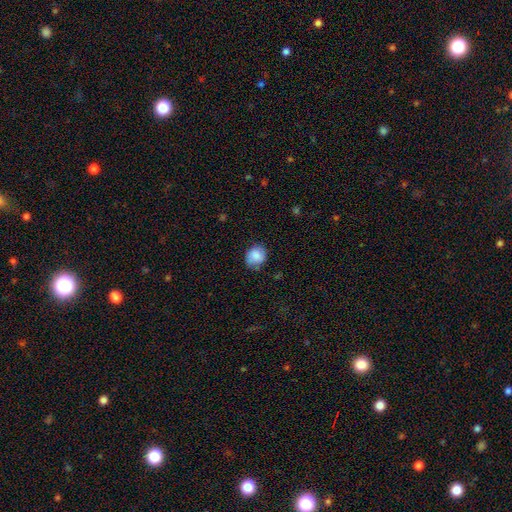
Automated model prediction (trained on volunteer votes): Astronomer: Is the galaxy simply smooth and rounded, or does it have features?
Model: smooth — 84%.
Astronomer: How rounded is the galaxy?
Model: round — 75%.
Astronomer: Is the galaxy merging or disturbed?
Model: none — 72%.